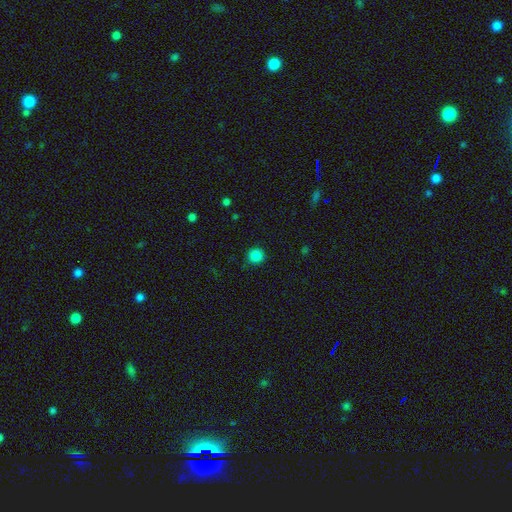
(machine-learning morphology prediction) A smooth galaxy with no disk features (85%) that is round (94%). Merging: none (90%).